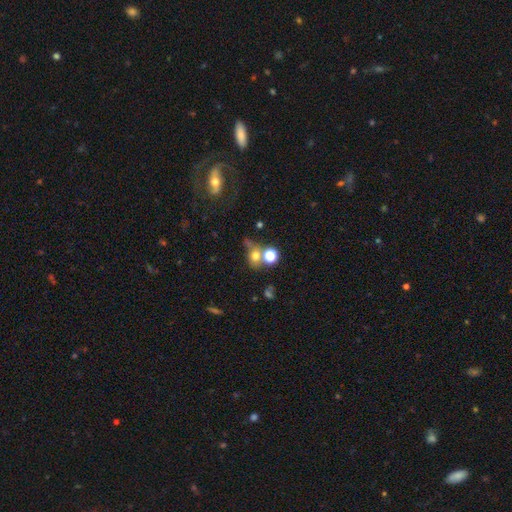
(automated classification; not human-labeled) Smooth or featured? smooth (64%)
How rounded? round (71%)
Merging? none (44%)